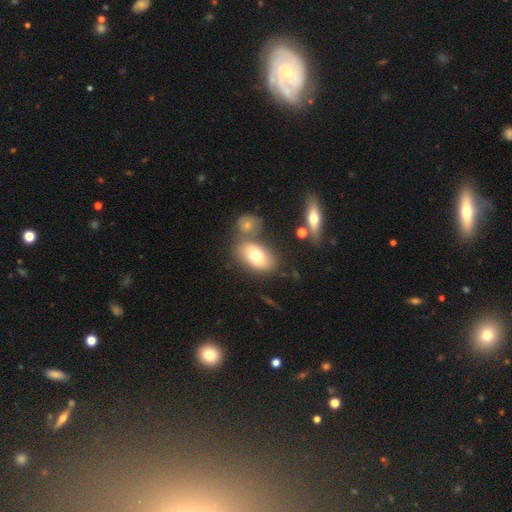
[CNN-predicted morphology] This appears to be a smooth galaxy with no disk features (72%) that is in between round and cigar-shaped (88%). Merging: none (58%).